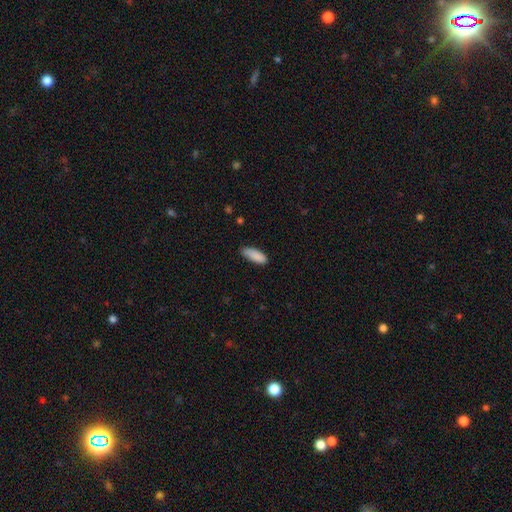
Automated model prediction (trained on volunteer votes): Smooth or featured?
  - smooth: 89% *
  - star or artifact: 7%
  - featured or disk: 4%
How rounded?
  - in between: 68% *
  - cigar-shaped: 30%
  - round: 2%
Merging?
  - none: 77% *
  - minor disturbance: 19%
  - major disturbance: 3%
  - merger: 1%